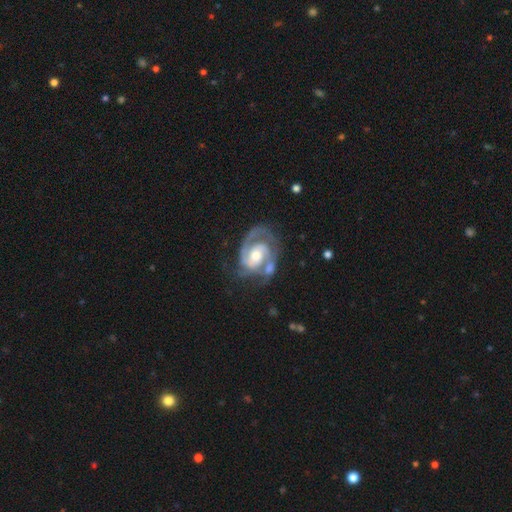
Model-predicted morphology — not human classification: smooth-or-featured: featured or disk: 90% | smooth: 6% | star or artifact: 4%
  disk-edge-on: no: 98% | yes: 2%
    bar: no: 46% | weak: 40% | strong: 14%
    has-spiral-arms: yes: 97% | no: 3%
      spiral-winding: tight: 50% | medium: 42% | loose: 8%
      spiral-arm-count: 2: 75% | 3: 10% | 1: 6% | can't tell: 6% | 4: 2% | more than 4: 2%
    bulge-size: moderate: 65% | small: 21% | large: 11% | none: 2% | dominant: 1%
  merging: none: 55% | minor disturbance: 20% | major disturbance: 14% | merger: 11%